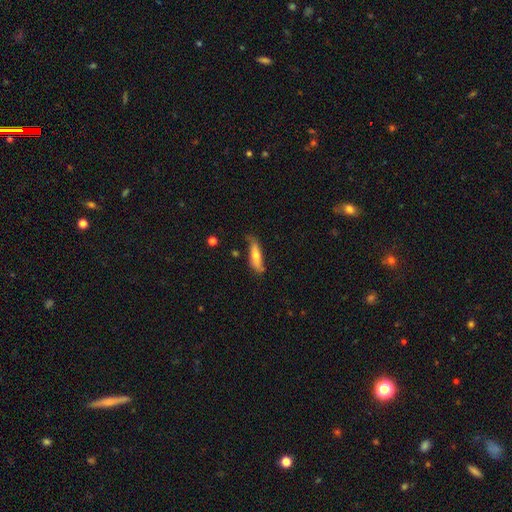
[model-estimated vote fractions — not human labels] Morphology: type=smooth (58%); roundness=cigar-shaped (72%); merging=none (63%).